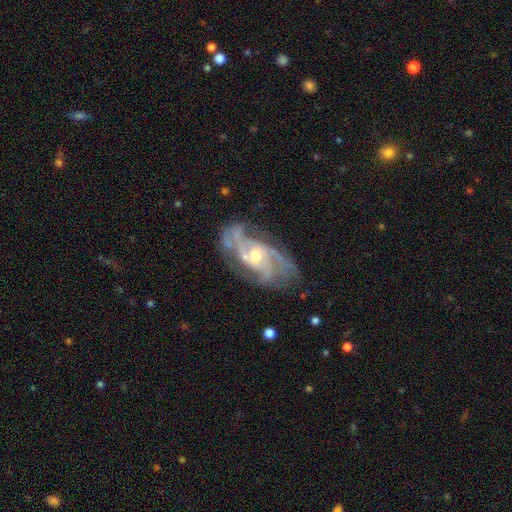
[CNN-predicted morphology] Smooth or featured? featured or disk (89%)
Edge-on disk? no (96%)
Bar? no (62%)
Spiral arms? yes (95%)
Spiral winding? medium (49%)
Spiral arm count? 3 (33%)
Bulge size? moderate (62%)
Merging? none (60%)